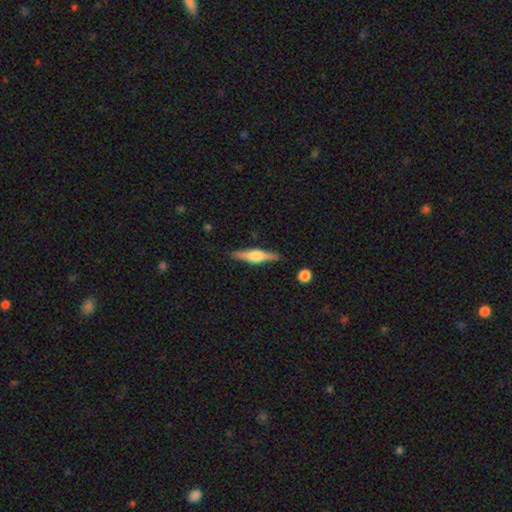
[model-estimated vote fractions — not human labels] Smooth or featured? Predicted: featured or disk (p=0.67). Edge-on disk? Predicted: yes (p=0.97). Edge-on bulge? Predicted: rounded (p=0.82). Merging? Predicted: none (p=0.87).